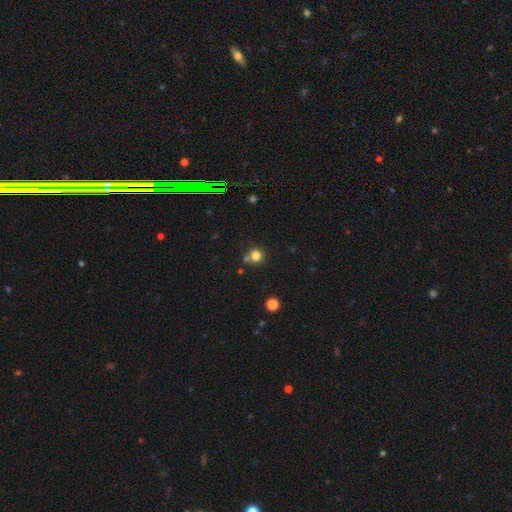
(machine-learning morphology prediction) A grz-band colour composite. It shows a smooth galaxy with no disk features (79%) that is round (92%). Merging: none (68%).